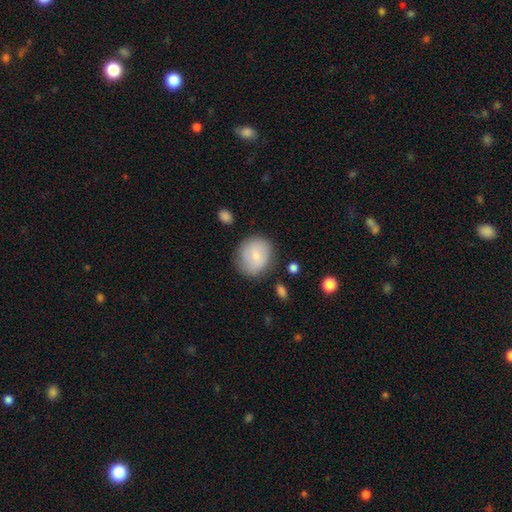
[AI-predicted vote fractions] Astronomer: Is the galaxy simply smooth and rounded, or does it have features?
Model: smooth — 71%.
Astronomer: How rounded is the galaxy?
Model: round — 79%.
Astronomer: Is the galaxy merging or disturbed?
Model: none — 76%.